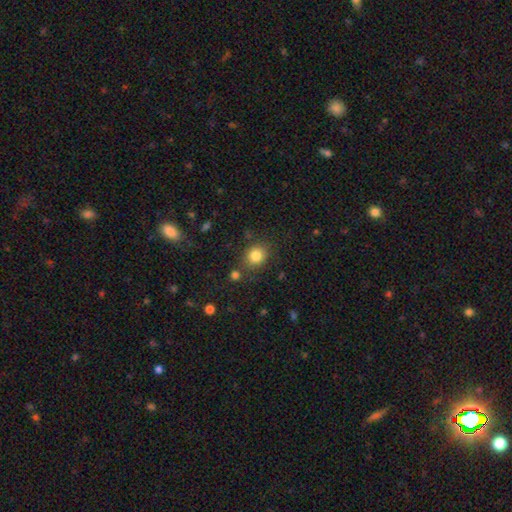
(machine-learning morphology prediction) Smooth or featured?
  - smooth: 83% *
  - star or artifact: 11%
  - featured or disk: 6%
How rounded?
  - round: 74% *
  - in between: 26%
  - cigar-shaped: 1%
Merging?
  - none: 78% *
  - minor disturbance: 11%
  - merger: 7%
  - major disturbance: 4%